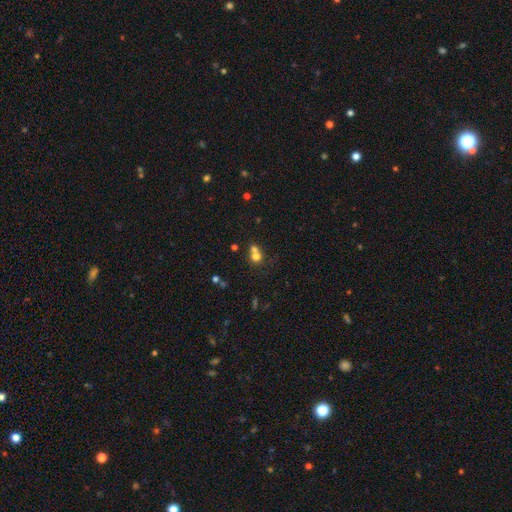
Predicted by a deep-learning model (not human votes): smooth_or_featured: smooth (p=0.69) [alt: star or artifact p=0.16]
how_rounded: round (p=0.81) [alt: in between p=0.18]
merging: merger (p=0.58) [alt: none p=0.33]